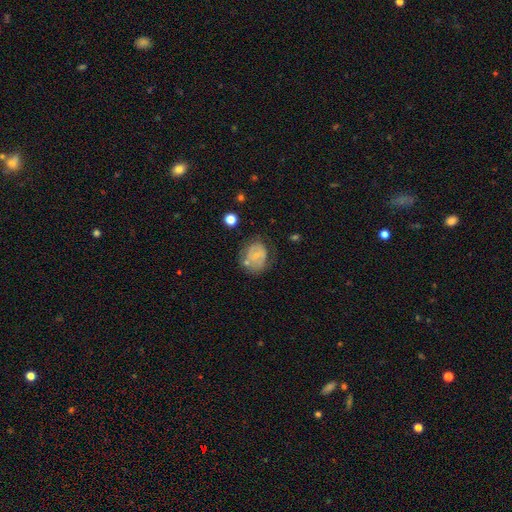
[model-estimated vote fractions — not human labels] Overall: smooth (51%; featured or disk 39%). How rounded: round (57%; in between 42%). Merging: none (54%; minor disturbance 26%).